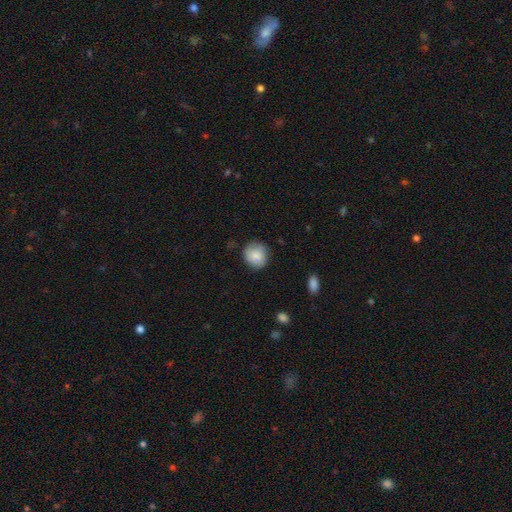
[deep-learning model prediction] smooth 84%, featured or disk 9%, star or artifact 7%. Down the decision tree: how rounded — round (84%); merging — none (79%).